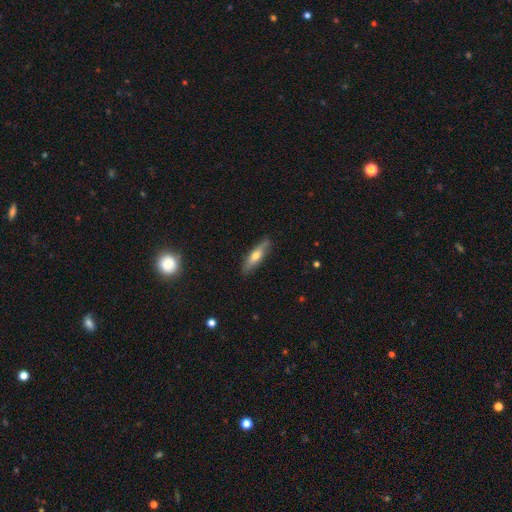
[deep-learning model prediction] Smooth or featured? Predicted: smooth (p=0.53). How rounded? Predicted: cigar-shaped (p=0.68). Merging? Predicted: none (p=0.84).